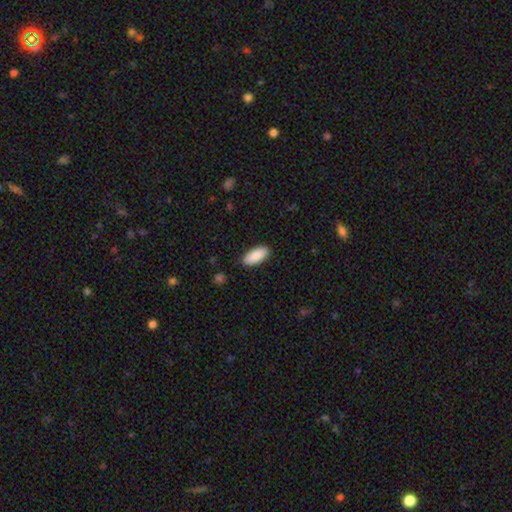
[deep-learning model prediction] Overall: smooth (90%). How rounded: in between (87%). Merging: none (88%).